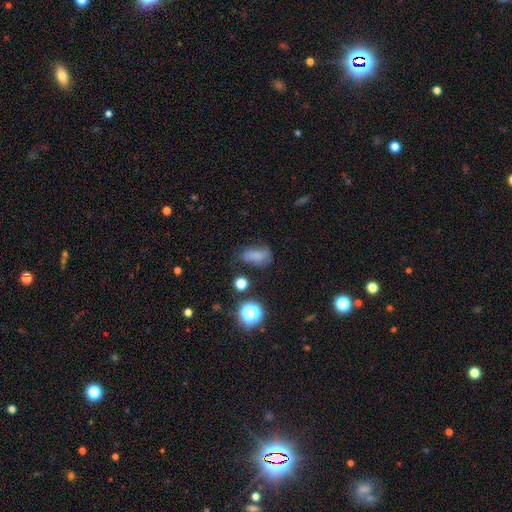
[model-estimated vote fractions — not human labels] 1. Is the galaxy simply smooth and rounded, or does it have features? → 69% smooth, 17% star or artifact, 14% featured or disk.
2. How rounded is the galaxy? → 80% in between, 13% round, 6% cigar-shaped.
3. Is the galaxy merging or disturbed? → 47% none, 31% minor disturbance, 17% major disturbance, 5% merger.